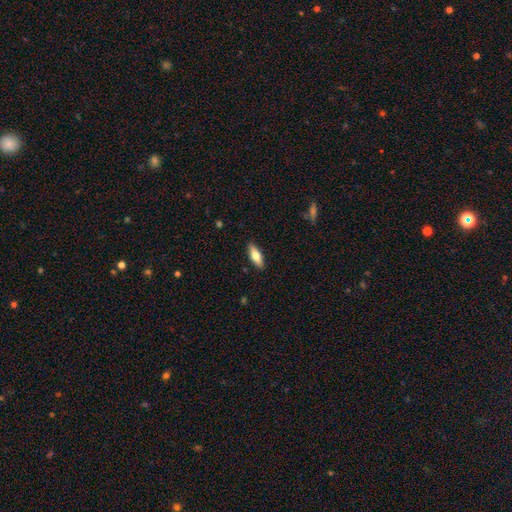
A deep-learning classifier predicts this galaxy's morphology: smooth-or-featured: smooth: 67% | featured or disk: 27% | star or artifact: 6%
  how-rounded: in between: 60% | cigar-shaped: 38% | round: 2%
  merging: none: 89% | minor disturbance: 8% | major disturbance: 2% | merger: 1%